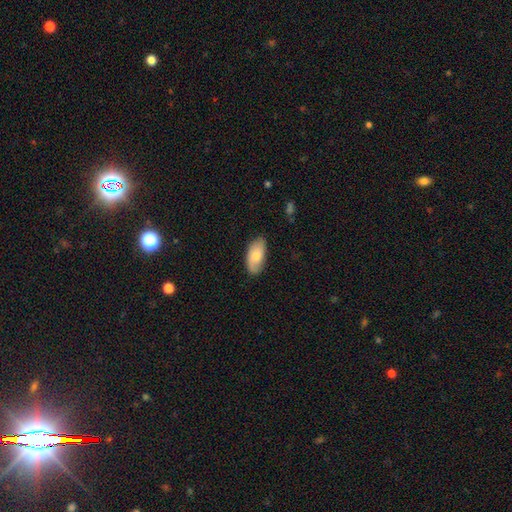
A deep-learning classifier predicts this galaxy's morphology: This appears to be a smooth galaxy with no disk features (75%) that is in between round and cigar-shaped (93%). Merging: none (78%).